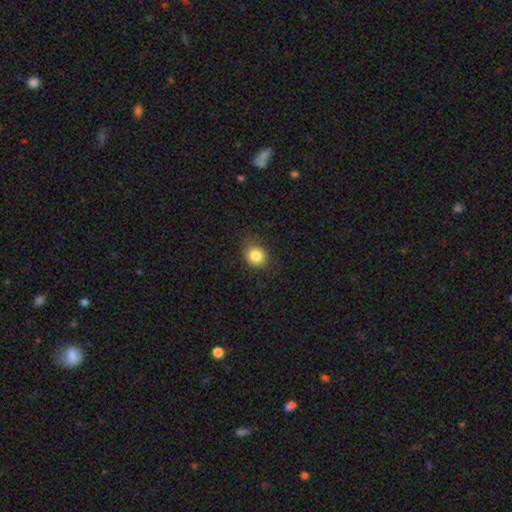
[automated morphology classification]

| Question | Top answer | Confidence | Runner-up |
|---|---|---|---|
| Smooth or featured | smooth | 84% | star or artifact (10%) |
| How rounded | round | 70% | in between (29%) |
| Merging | none | 79% | minor disturbance (16%) |